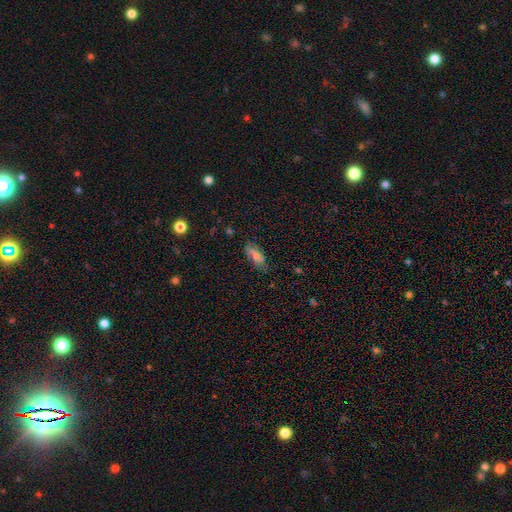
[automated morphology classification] Smooth or featured? smooth (79%)
How rounded? in between (82%)
Merging? none (74%)